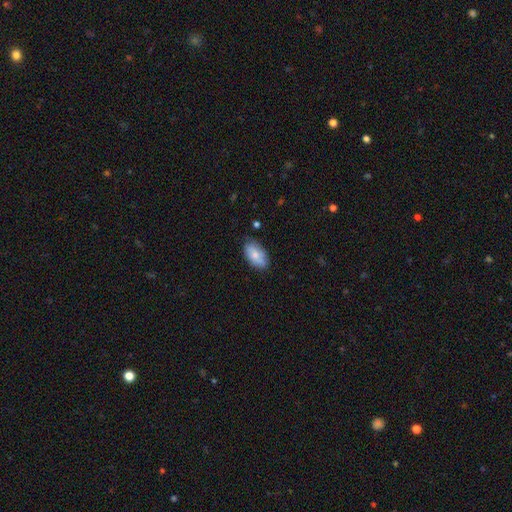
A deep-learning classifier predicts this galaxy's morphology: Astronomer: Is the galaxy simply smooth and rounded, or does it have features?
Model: smooth — 72%.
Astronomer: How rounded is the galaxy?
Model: in between — 93%.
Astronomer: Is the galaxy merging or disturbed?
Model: none — 73%.